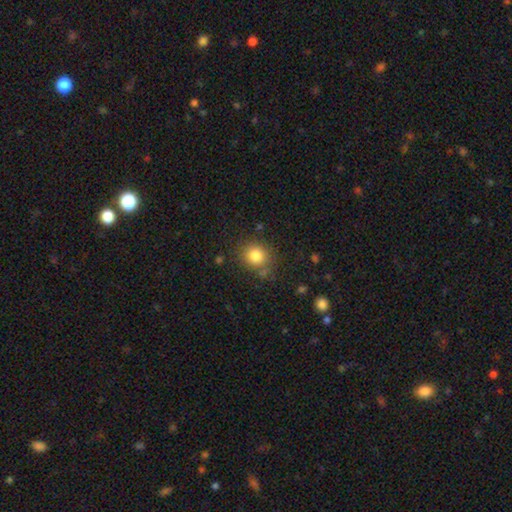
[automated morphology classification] Smooth or featured? Predicted: smooth (p=0.82). How rounded? Predicted: round (p=0.79). Merging? Predicted: none (p=0.79).